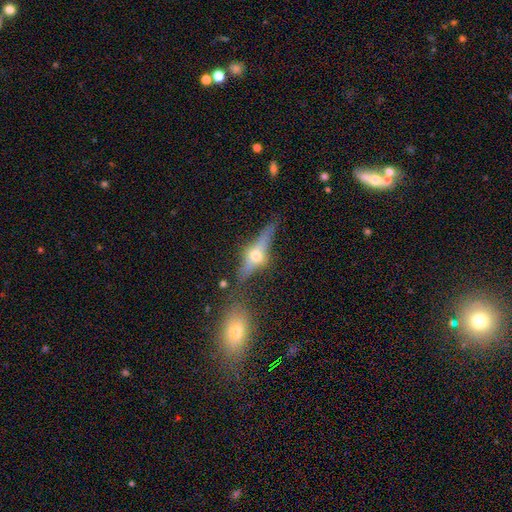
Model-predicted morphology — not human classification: This appears to be a featured or disk galaxy (68%) viewed edge-on (89%) with a rounded central bulge (95%). Merging: none (70%).